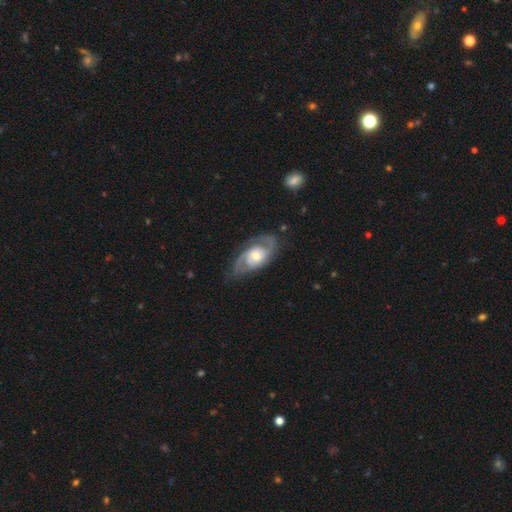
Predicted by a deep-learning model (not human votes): Q: Smooth or featured?
A: featured or disk (85%); runner-up: smooth (11%)
Q: Edge-on disk?
A: no (95%); runner-up: yes (5%)
Q: Bar?
A: no (65%); runner-up: weak (29%)
Q: Spiral arms?
A: yes (94%); runner-up: no (6%)
Q: Spiral winding?
A: medium (47%); runner-up: tight (38%)
Q: Spiral arm count?
A: 2 (82%); runner-up: can't tell (8%)
Q: Bulge size?
A: moderate (64%); runner-up: small (25%)
Q: Merging?
A: none (73%); runner-up: minor disturbance (18%)